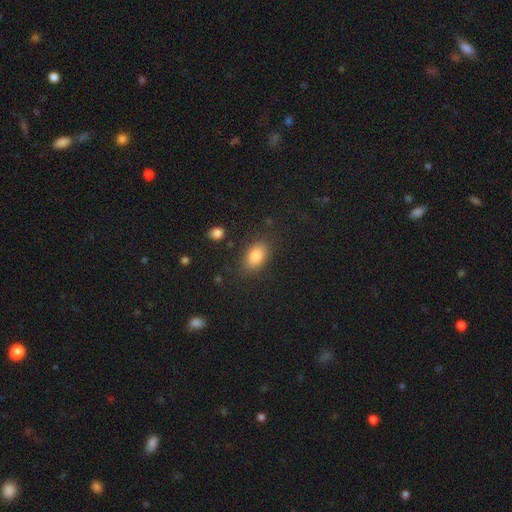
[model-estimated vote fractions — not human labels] smooth 84%, star or artifact 8%, featured or disk 8%. Down the decision tree: how rounded — in between (87%); merging — none (81%).